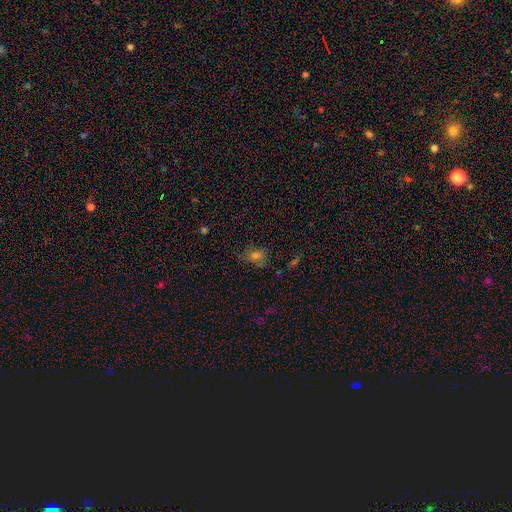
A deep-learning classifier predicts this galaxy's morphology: A smooth galaxy with no disk features (59%) that is in between round and cigar-shaped (57%).

Vote fractions:
- Smooth or featured? smooth: 59% / star or artifact: 27% / featured or disk: 14%
- How rounded? in between: 57% / round: 41% / cigar-shaped: 2%
- Merging? none: 66% / minor disturbance: 22% / major disturbance: 9% / merger: 3%